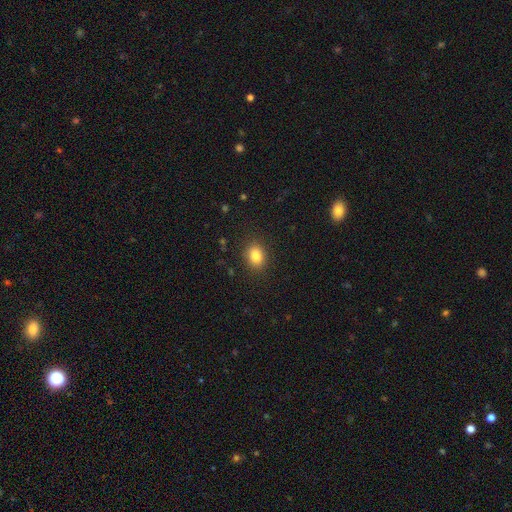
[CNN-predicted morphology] smooth-or-featured: smooth: 83% | star or artifact: 10% | featured or disk: 6%
  how-rounded: in between: 56% | round: 43% | cigar-shaped: 1%
  merging: none: 87% | minor disturbance: 9% | major disturbance: 3% | merger: 1%